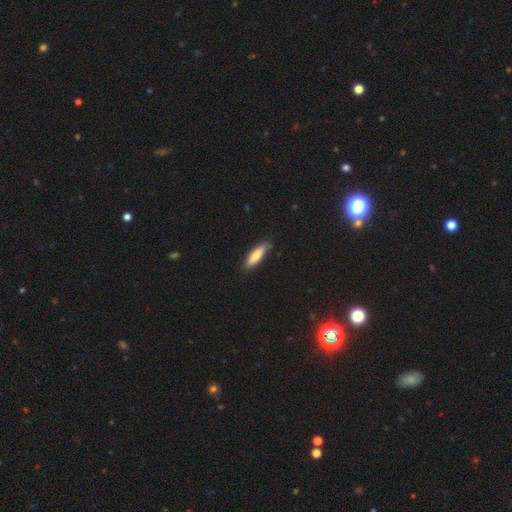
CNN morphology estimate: smooth_or_featured: smooth (p=0.79) [alt: featured or disk p=0.16]
how_rounded: cigar-shaped (p=0.57) [alt: in between p=0.41]
merging: none (p=0.81) [alt: minor disturbance p=0.15]